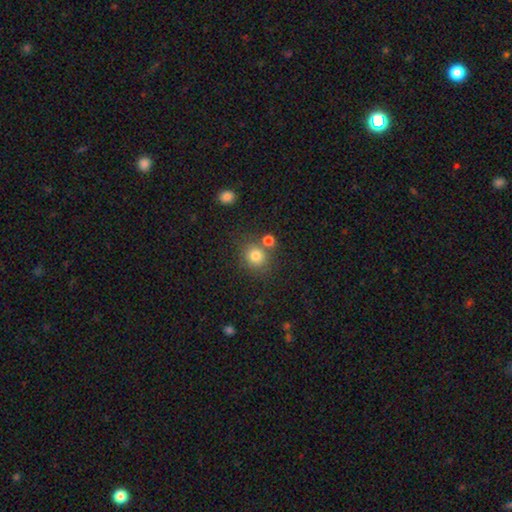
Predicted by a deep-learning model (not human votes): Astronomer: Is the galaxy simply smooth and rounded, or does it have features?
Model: smooth — 80%.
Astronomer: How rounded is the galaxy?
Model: round — 83%.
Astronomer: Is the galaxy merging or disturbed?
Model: none — 66%.